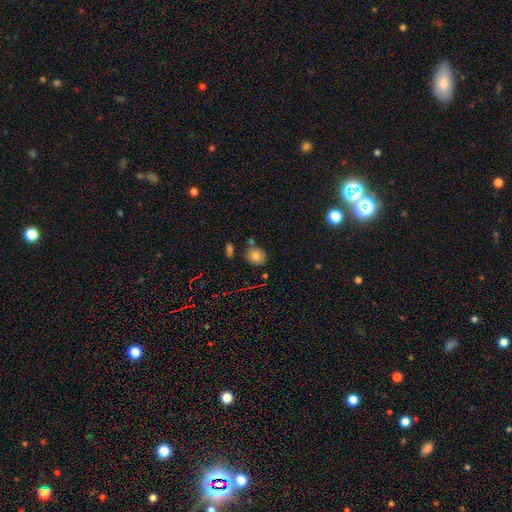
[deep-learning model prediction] Smooth or featured? smooth (77%)
How rounded? round (78%)
Merging? none (75%)